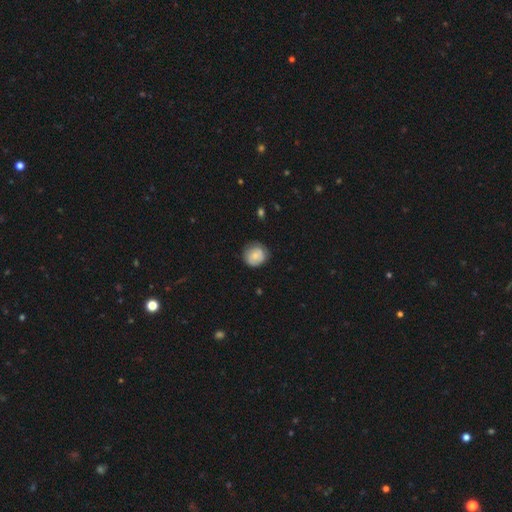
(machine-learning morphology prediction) A smooth galaxy with no disk features (74%) that is round (85%). Merging: none (71%).